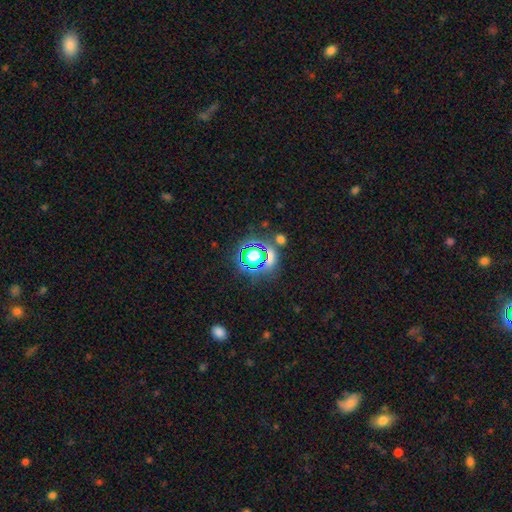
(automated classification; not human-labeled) This appears to be a star or artifact, not a galaxy (59%).